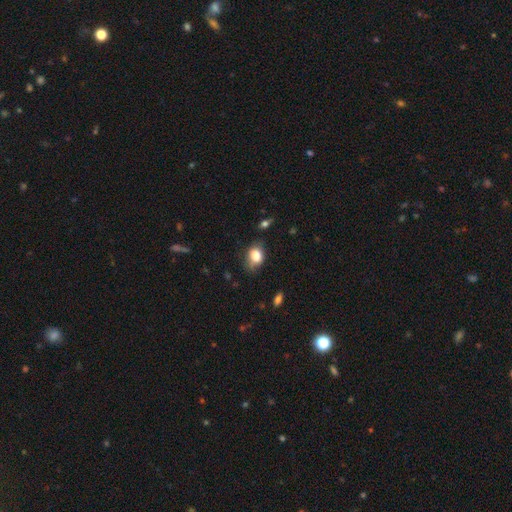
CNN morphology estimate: type=smooth (82%); roundness=in between (66%); merging=none (59%).